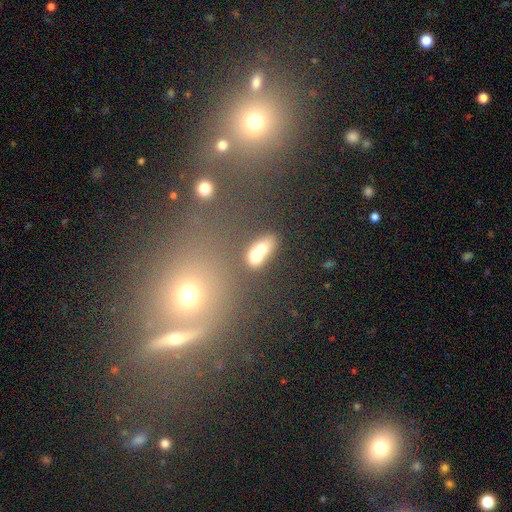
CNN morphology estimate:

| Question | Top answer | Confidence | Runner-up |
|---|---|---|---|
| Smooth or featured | smooth | 65% | featured or disk (21%) |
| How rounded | in between | 66% | round (31%) |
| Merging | merger | 63% | none (25%) |